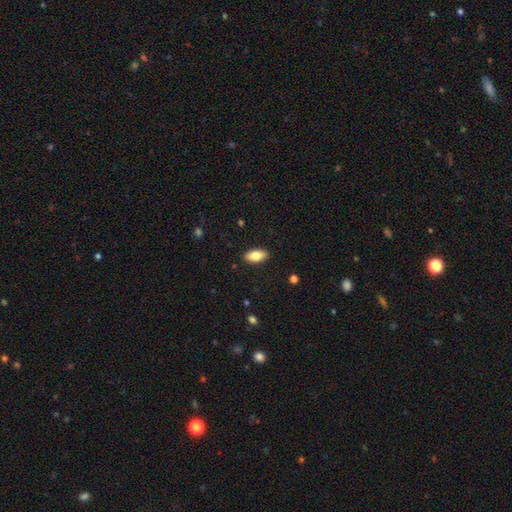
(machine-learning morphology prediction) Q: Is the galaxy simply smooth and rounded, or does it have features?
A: smooth — 81%.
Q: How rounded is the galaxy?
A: in between — 91%.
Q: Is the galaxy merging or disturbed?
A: none — 90%.